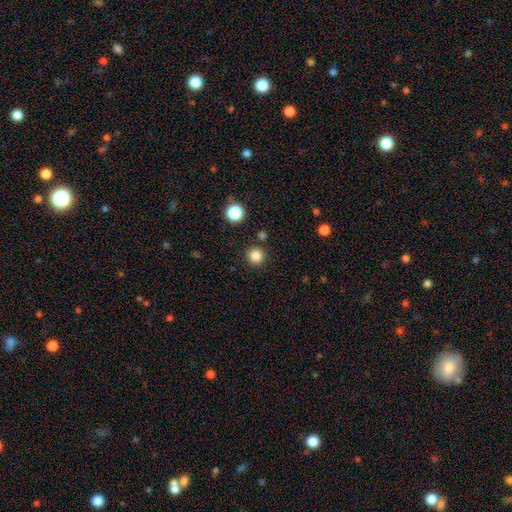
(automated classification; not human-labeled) Q: Smooth or featured?
A: smooth (84%); runner-up: star or artifact (13%)
Q: How rounded?
A: round (95%); runner-up: in between (4%)
Q: Merging?
A: none (89%); runner-up: minor disturbance (6%)